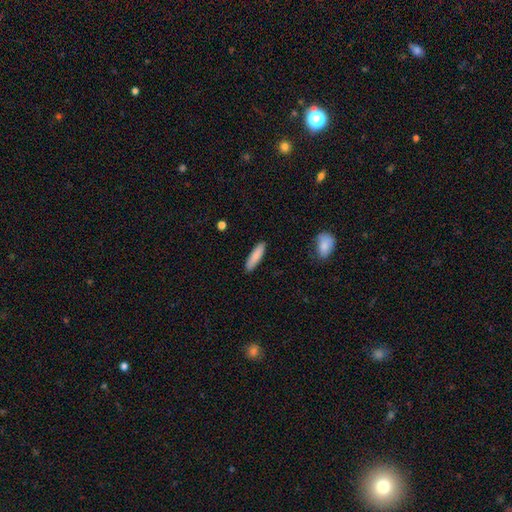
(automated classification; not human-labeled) A smooth galaxy with no disk features (85%) that is cigar-shaped (70%).

Vote fractions:
- Smooth or featured? smooth: 85% / featured or disk: 9% / star or artifact: 6%
- How rounded? cigar-shaped: 70% / in between: 28% / round: 2%
- Merging? none: 89% / minor disturbance: 8% / major disturbance: 2% / merger: 1%